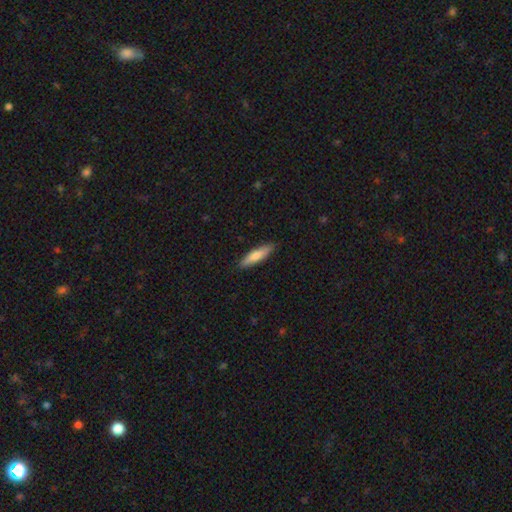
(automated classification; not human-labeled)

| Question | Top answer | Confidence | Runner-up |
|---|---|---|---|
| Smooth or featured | smooth | 73% | featured or disk (21%) |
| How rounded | cigar-shaped | 78% | in between (20%) |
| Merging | none | 89% | minor disturbance (8%) |